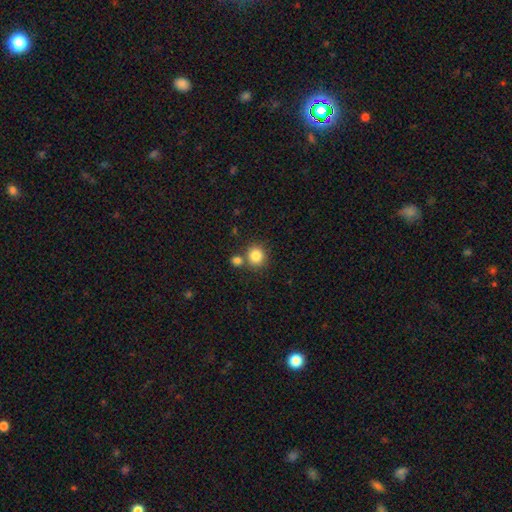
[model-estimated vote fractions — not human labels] smooth-or-featured: smooth: 83% | star or artifact: 11% | featured or disk: 6%
  how-rounded: round: 86% | in between: 13% | cigar-shaped: 1%
  merging: none: 69% | merger: 20% | minor disturbance: 9% | major disturbance: 3%